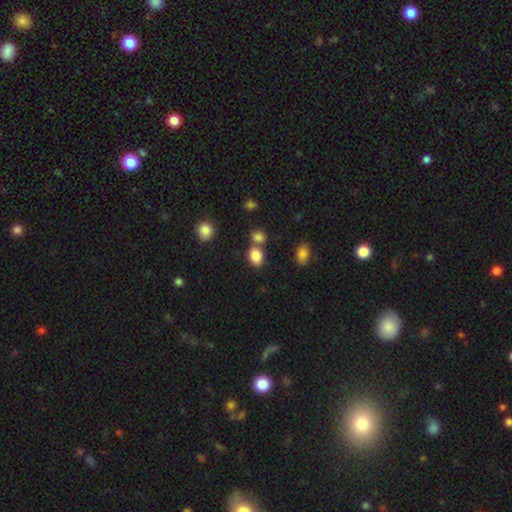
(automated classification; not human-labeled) Smooth or featured?
  - smooth: 84% *
  - star or artifact: 10%
  - featured or disk: 6%
How rounded?
  - in between: 61% *
  - round: 38%
  - cigar-shaped: 1%
Merging?
  - none: 62% *
  - merger: 23%
  - minor disturbance: 12%
  - major disturbance: 4%